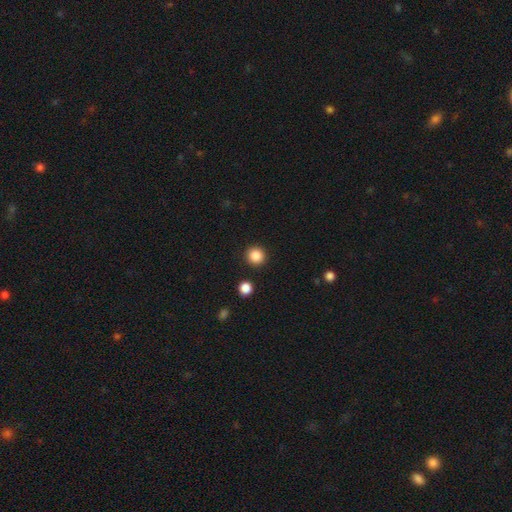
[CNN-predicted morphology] Overall: smooth (87%). How rounded: round (94%). Merging: none (91%).